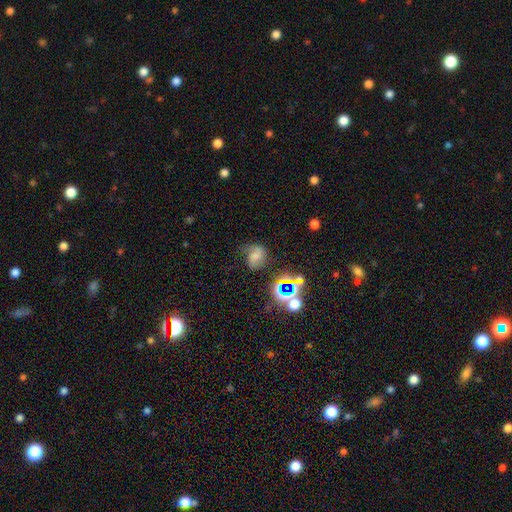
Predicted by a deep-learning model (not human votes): smooth-or-featured: smooth: 42% | featured or disk: 36% | star or artifact: 22%
  merging: none: 49% | minor disturbance: 28% | major disturbance: 19% | merger: 4%